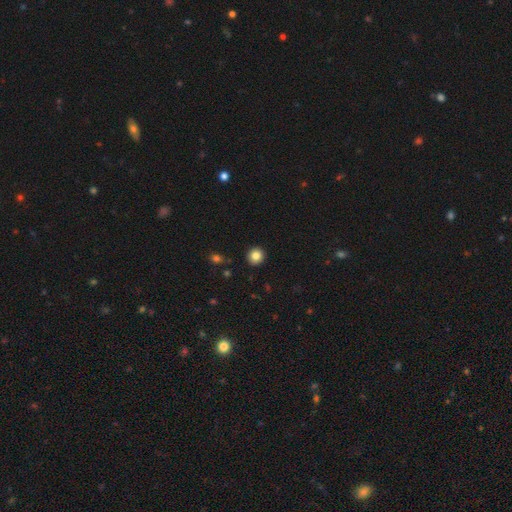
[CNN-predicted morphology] Smooth or featured: smooth — 84% (star or artifact — 10%)
How rounded: round — 92% (in between — 7%)
Merging: none — 93% (minor disturbance — 5%)